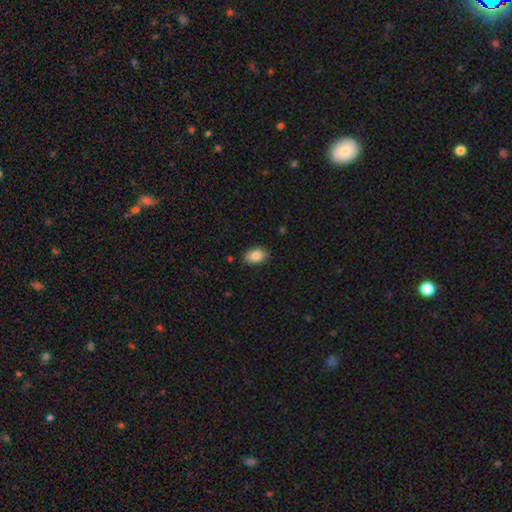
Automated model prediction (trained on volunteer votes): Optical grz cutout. It shows a smooth galaxy with no disk features (86%) that is in between round and cigar-shaped (89%). Merging: none (86%).